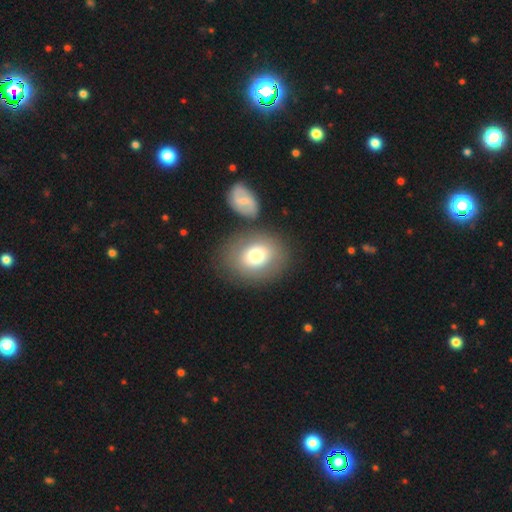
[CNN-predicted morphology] type=smooth (71%); roundness=round (51%); merging=none (70%).